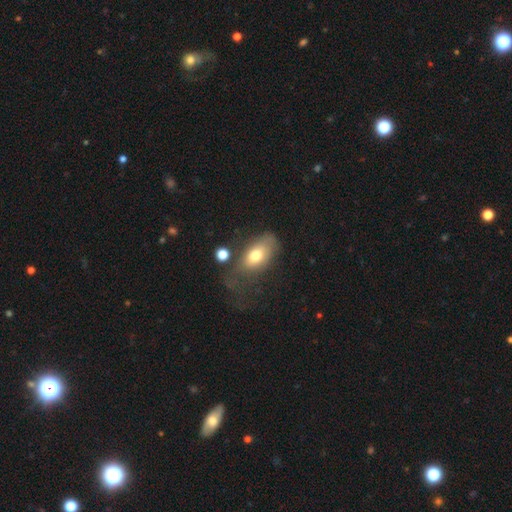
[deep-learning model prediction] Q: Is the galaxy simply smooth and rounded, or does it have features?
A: smooth — 70%.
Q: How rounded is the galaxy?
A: in between — 87%.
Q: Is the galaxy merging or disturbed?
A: none — 40%.